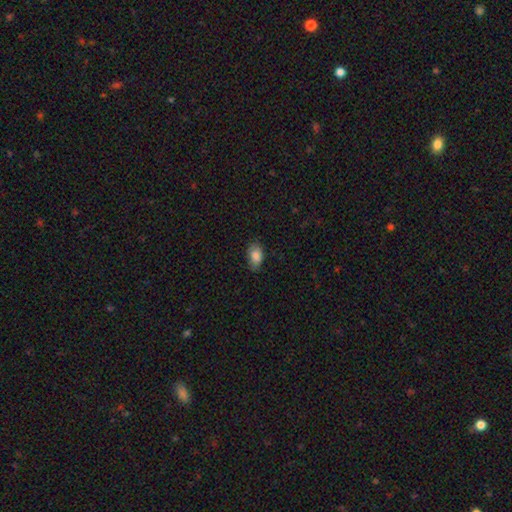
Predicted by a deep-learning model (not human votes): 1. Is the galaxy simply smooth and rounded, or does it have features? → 85% smooth, 8% star or artifact, 7% featured or disk.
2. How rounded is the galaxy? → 91% in between, 7% round, 2% cigar-shaped.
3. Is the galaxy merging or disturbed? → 72% none, 22% minor disturbance, 5% major disturbance, 1% merger.